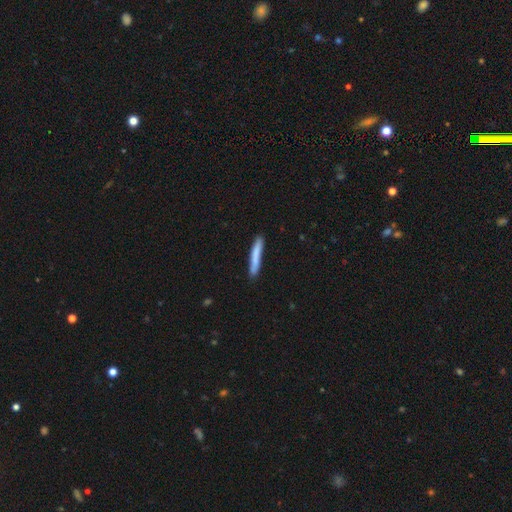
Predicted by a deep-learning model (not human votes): Smooth or featured: smooth — 77% (featured or disk — 18%)
How rounded: cigar-shaped — 95% (in between — 4%)
Merging: none — 85% (minor disturbance — 11%)